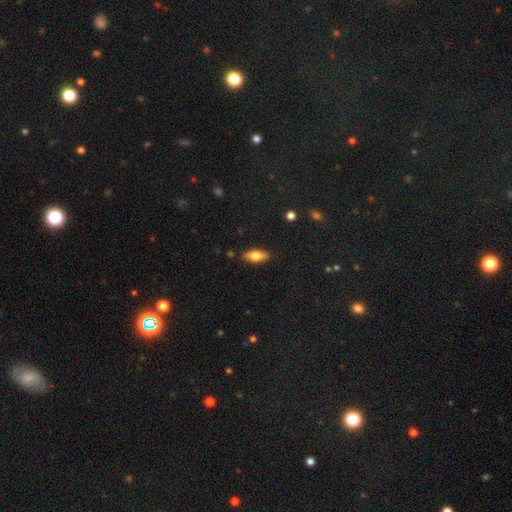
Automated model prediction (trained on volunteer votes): smooth 73%, featured or disk 20%, star or artifact 7%. Down the decision tree: how rounded — in between (79%); merging — none (86%).